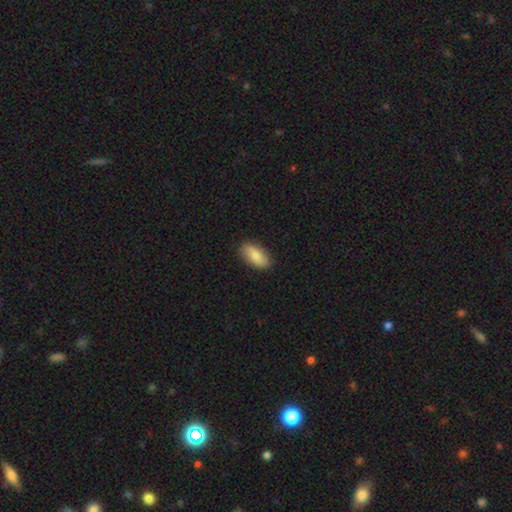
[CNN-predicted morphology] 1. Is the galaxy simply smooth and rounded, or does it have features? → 80% smooth, 14% featured or disk, 6% star or artifact.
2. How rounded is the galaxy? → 91% in between, 6% cigar-shaped, 3% round.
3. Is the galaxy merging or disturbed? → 86% none, 11% minor disturbance, 2% major disturbance, 1% merger.